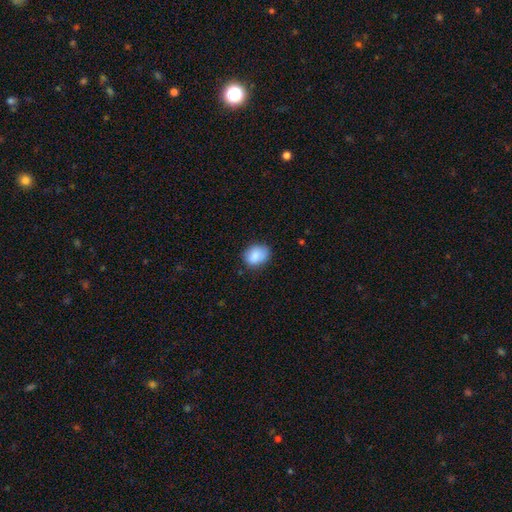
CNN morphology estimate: Smooth or featured: smooth — 85% (featured or disk — 7%)
How rounded: in between — 60% (round — 39%)
Merging: none — 73% (minor disturbance — 22%)